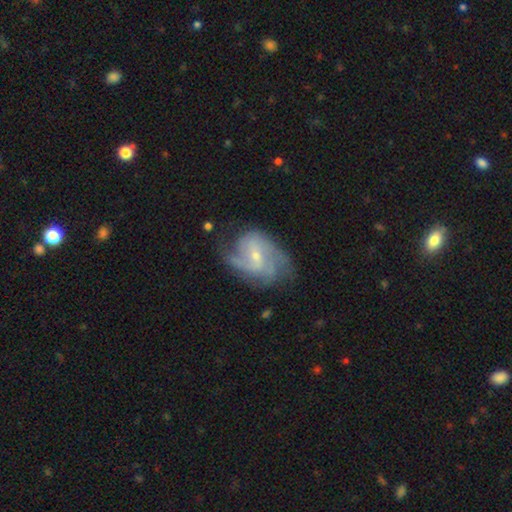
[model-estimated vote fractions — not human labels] Overall: featured or disk (82%). Edge-on disk: no (97%). Bar: weak (48%; no 39%). Spiral arms: yes (94%). Spiral arm count: 2 (36%; 3 27%). Spiral winding: medium (48%; tight 29%). Bulge size: small (69%). Merging: none (59%; minor disturbance 24%).